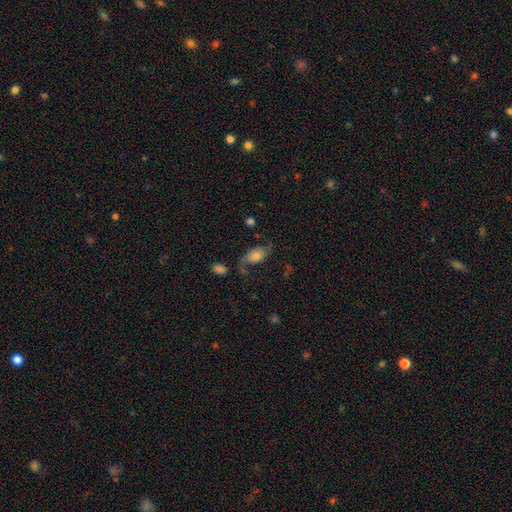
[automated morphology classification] smooth-or-featured: featured or disk: 56% | smooth: 34% | star or artifact: 10%
  disk-edge-on: no: 94% | yes: 6%
    bar: no: 72% | weak: 22% | strong: 6%
    has-spiral-arms: yes: 86% | no: 14%
    bulge-size: moderate: 43% | small: 26% | large: 20% | none: 5% | dominant: 5%
  merging: none: 54% | minor disturbance: 20% | major disturbance: 20% | merger: 5%